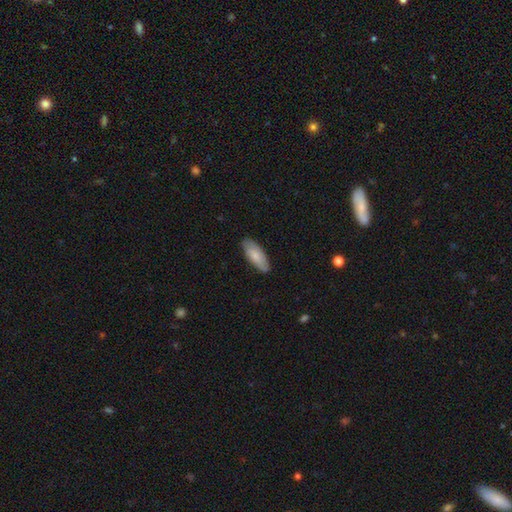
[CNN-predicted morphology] smooth_or_featured: smooth (p=0.78) [alt: featured or disk p=0.17]
how_rounded: in between (p=0.77) [alt: cigar-shaped p=0.21]
merging: none (p=0.84) [alt: minor disturbance p=0.13]